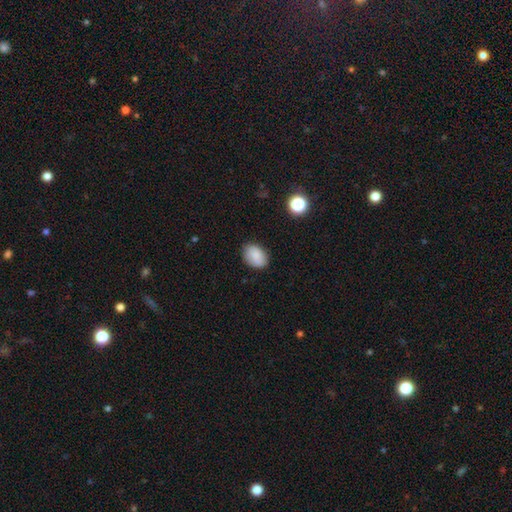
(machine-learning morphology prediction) Overall: smooth (83%). How rounded: in between (77%). Merging: none (83%).